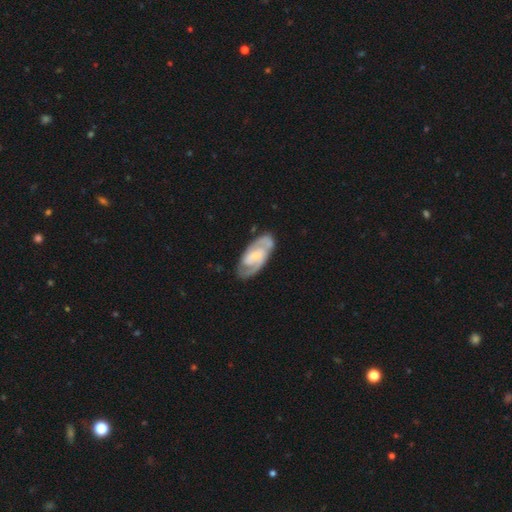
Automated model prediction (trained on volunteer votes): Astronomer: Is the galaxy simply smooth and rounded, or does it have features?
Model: featured or disk — 81%.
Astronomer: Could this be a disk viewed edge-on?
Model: no — 96%.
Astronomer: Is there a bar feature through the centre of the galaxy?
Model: weak — 44% (runner-up: no, 38%).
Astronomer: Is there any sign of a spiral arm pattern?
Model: yes — 94%.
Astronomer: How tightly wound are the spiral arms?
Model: medium — 45% (runner-up: tight, 43%).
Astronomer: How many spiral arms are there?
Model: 2 — 84%.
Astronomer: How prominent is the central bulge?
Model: small — 46% (runner-up: moderate, 28%).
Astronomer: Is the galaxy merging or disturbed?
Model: none — 78%.